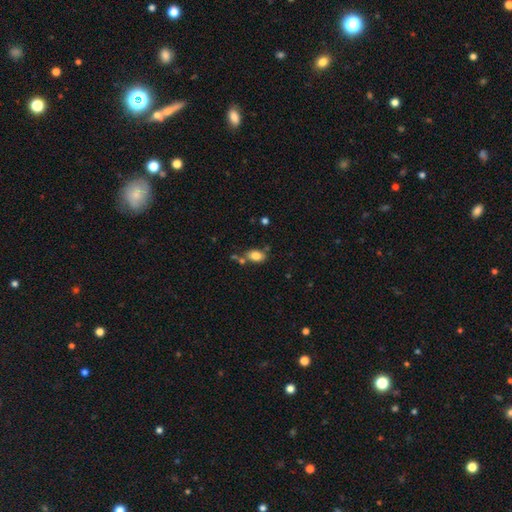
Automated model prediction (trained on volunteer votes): A smooth galaxy with no disk features (82%) that is in between round and cigar-shaped (85%). Merging: none (64%).